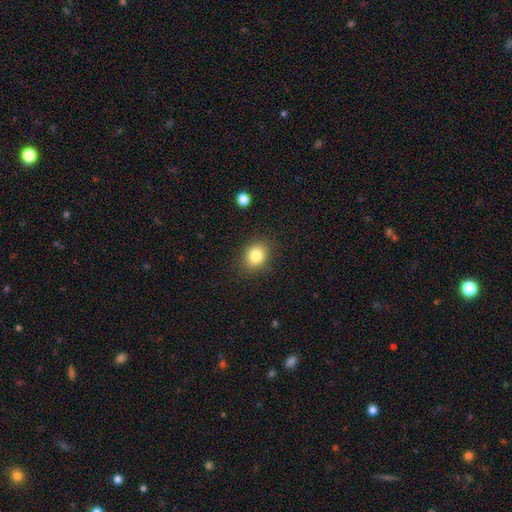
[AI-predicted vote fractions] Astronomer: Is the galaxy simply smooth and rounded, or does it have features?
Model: smooth — 82%.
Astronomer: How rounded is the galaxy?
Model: round — 58% (runner-up: in between, 41%).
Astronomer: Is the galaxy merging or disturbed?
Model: none — 86%.